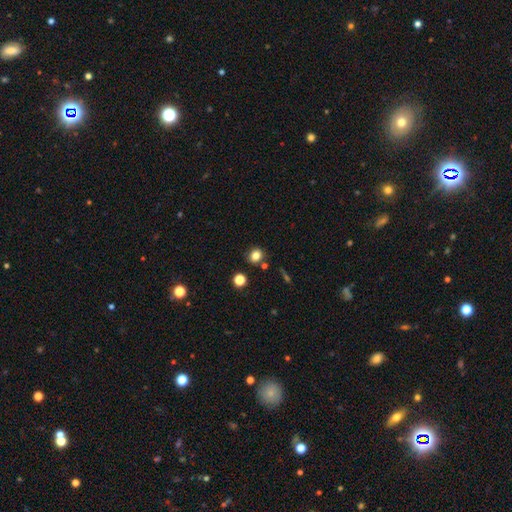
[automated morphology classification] This appears to be a smooth galaxy with no disk features (81%) that is round (75%). Merging: none (81%).